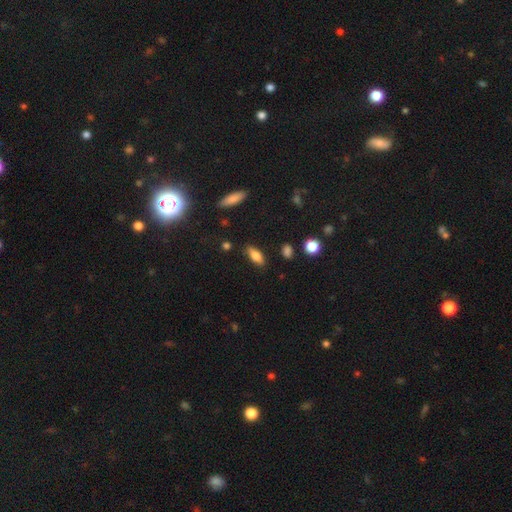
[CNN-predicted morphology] Overall: smooth (74%). How rounded: in between (75%). Merging: none (81%).